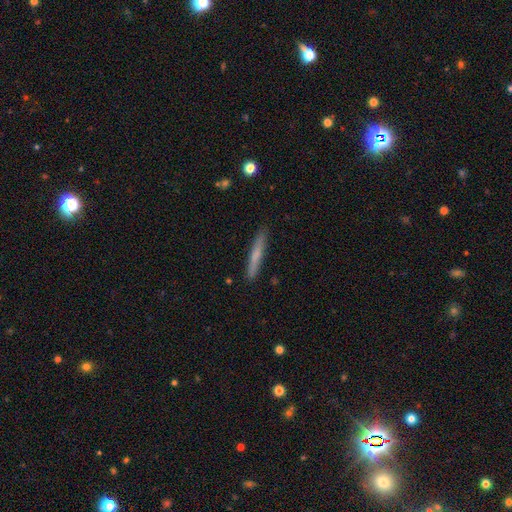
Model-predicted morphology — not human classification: This appears to be a smooth galaxy with no disk features (61%) that is cigar-shaped (96%). Merging: none (89%).